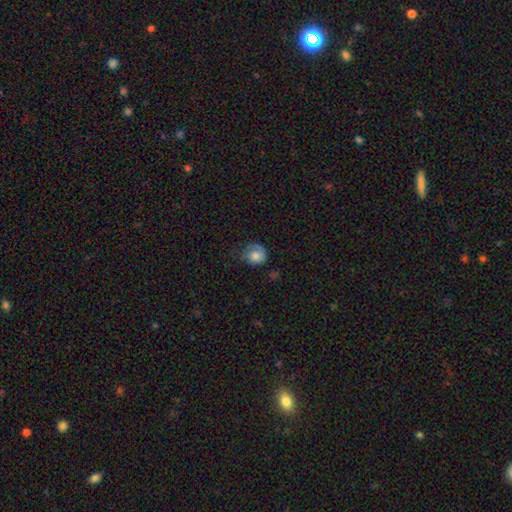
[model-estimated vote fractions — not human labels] Smooth or featured? Predicted: smooth (p=0.68). How rounded? Predicted: round (p=0.71). Merging? Predicted: none (p=0.45).